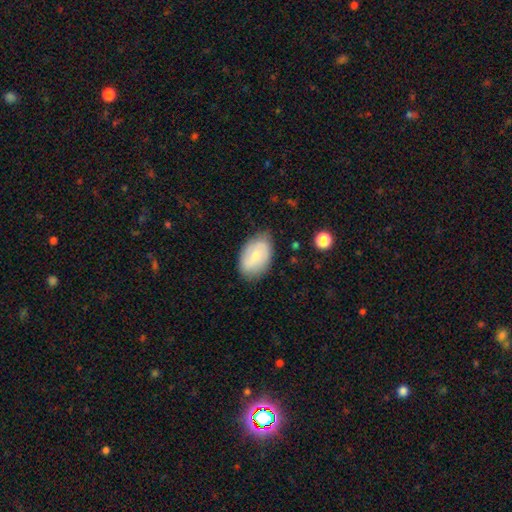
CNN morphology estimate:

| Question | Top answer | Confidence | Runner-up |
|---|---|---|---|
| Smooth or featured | smooth | 53% | featured or disk (41%) |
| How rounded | in between | 89% | round (10%) |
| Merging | none | 74% | minor disturbance (20%) |